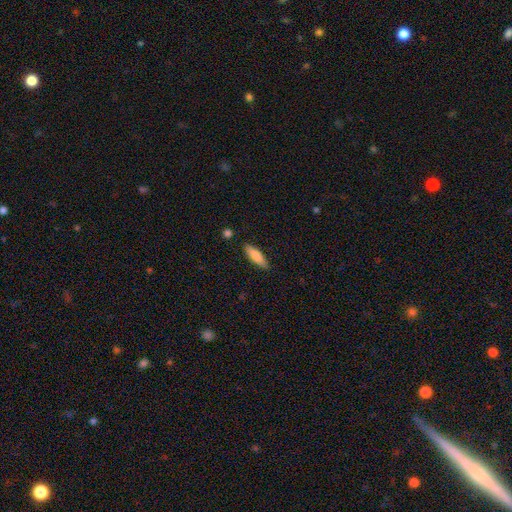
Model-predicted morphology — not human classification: Smooth or featured?
  - smooth: 81% *
  - featured or disk: 13%
  - star or artifact: 6%
How rounded?
  - cigar-shaped: 55% *
  - in between: 43%
  - round: 2%
Merging?
  - none: 85% *
  - minor disturbance: 10%
  - merger: 2%
  - major disturbance: 2%